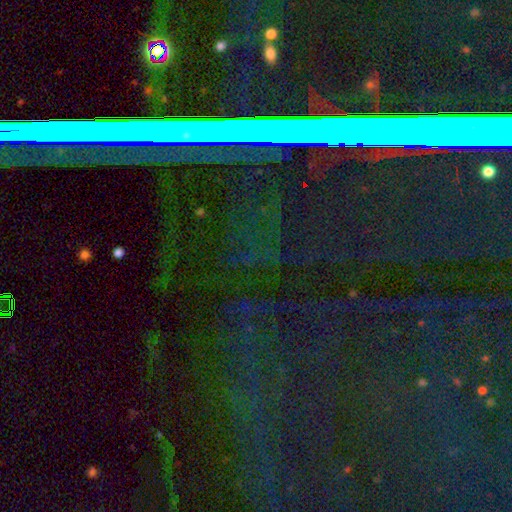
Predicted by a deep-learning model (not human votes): Smooth or featured?
  - star or artifact: 77% *
  - featured or disk: 12%
  - smooth: 11%